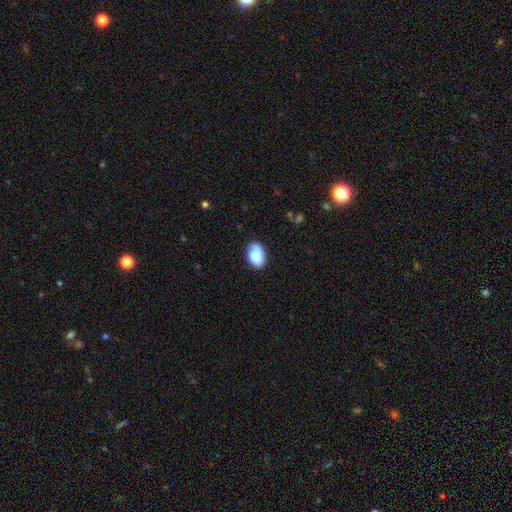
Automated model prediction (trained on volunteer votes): smooth 81%, featured or disk 12%, star or artifact 7%. Down the decision tree: how rounded — in between (89%); merging — none (72%).